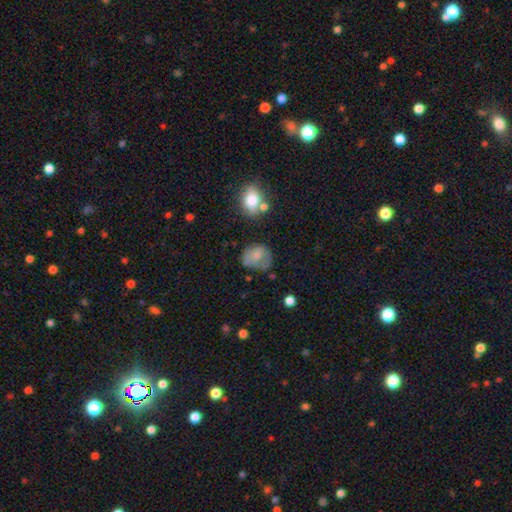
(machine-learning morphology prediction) smooth_or_featured: smooth (p=0.64) [alt: featured or disk p=0.27]
how_rounded: round (p=0.63) [alt: in between p=0.36]
merging: none (p=0.48) [alt: minor disturbance p=0.30]